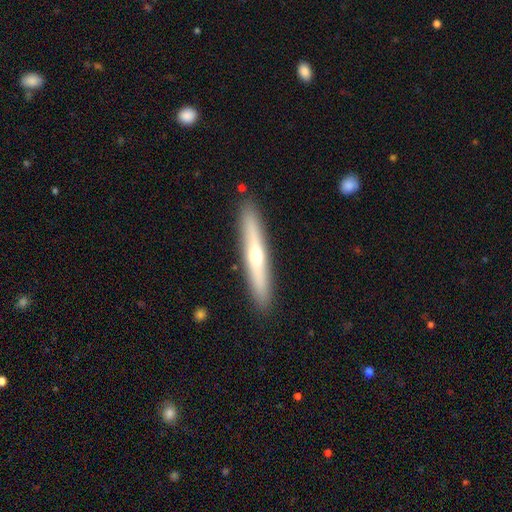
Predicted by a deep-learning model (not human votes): This is possibly a featured or disk galaxy (54%). It is clearly viewed edge-on (91%). Merging: clearly none (90%).